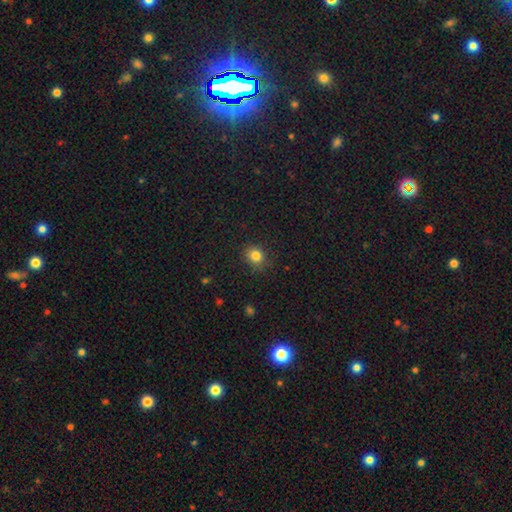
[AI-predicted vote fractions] Q: Smooth or featured?
A: smooth (82%); runner-up: star or artifact (12%)
Q: How rounded?
A: round (76%); runner-up: in between (23%)
Q: Merging?
A: none (85%); runner-up: minor disturbance (11%)